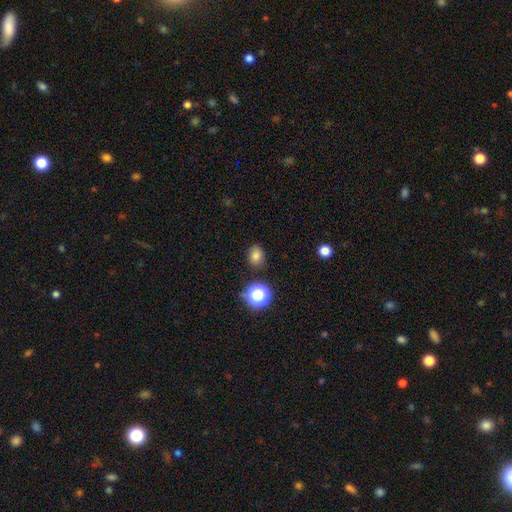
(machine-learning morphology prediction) A smooth galaxy with no disk features (78%) that is round (52%). Merging: none (84%).